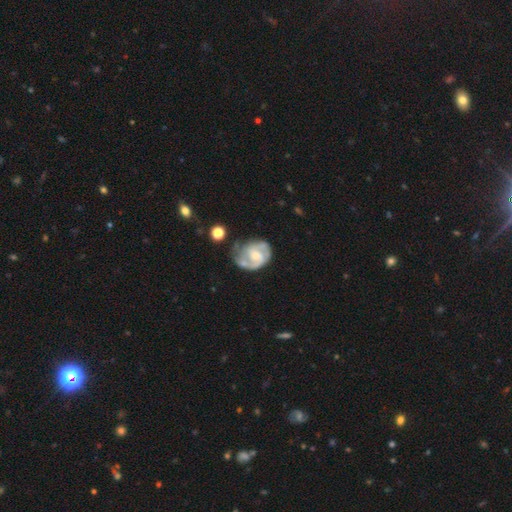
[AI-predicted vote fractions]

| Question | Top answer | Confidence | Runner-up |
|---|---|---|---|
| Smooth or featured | featured or disk | 83% | smooth (12%) |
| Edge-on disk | no | 98% | yes (2%) |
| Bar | no | 46% | weak (44%) |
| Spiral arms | yes | 94% | no (6%) |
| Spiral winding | medium | 48% | tight (37%) |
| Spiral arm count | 2 | 68% | can't tell (12%) |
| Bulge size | small | 50% | moderate (45%) |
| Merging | none | 50% | minor disturbance (27%) |